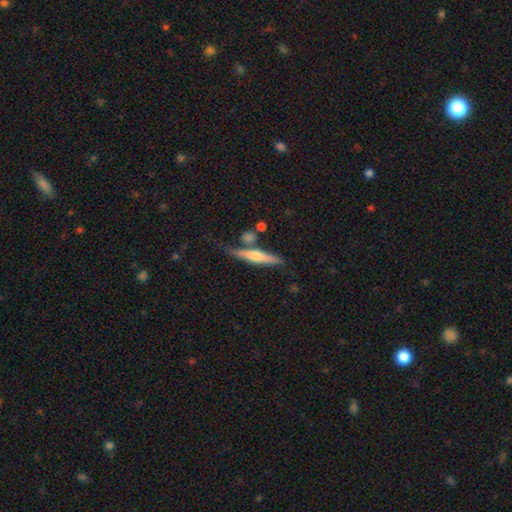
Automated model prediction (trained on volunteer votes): This appears to be a featured or disk galaxy (56%) viewed edge-on (93%) with a rounded central bulge (81%). Merging: none (62%).